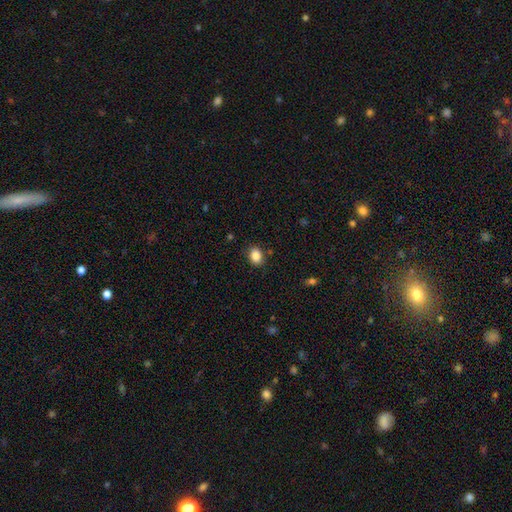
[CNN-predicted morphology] smooth_or_featured: smooth (p=0.87) [alt: star or artifact p=0.09]
how_rounded: in between (p=0.65) [alt: round p=0.34]
merging: none (p=0.86) [alt: minor disturbance p=0.10]